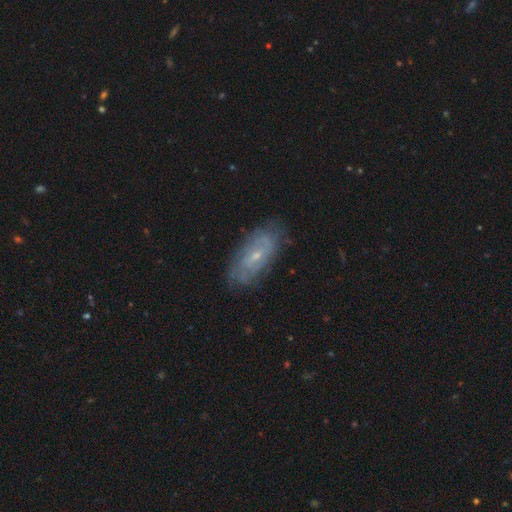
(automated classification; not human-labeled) Overall: featured or disk (66%). Edge-on disk: no (89%). Bar: no (50%; weak 40%). Spiral arms: yes (77%). Bulge size: small (72%). Merging: none (77%).